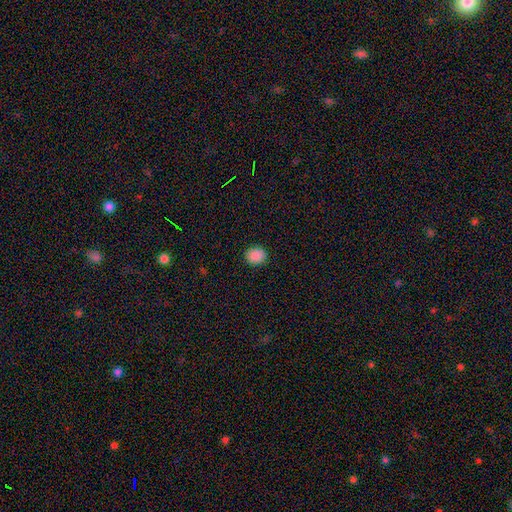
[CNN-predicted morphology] Smooth or featured?
  - smooth: 89% *
  - star or artifact: 9%
  - featured or disk: 2%
How rounded?
  - round: 67% *
  - in between: 32%
  - cigar-shaped: 1%
Merging?
  - none: 91% *
  - minor disturbance: 7%
  - major disturbance: 2%
  - merger: 1%